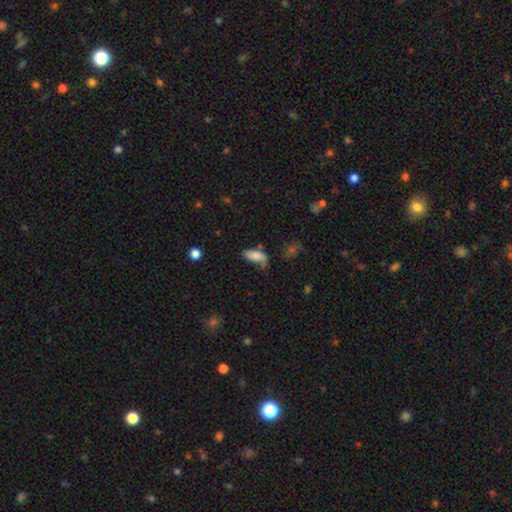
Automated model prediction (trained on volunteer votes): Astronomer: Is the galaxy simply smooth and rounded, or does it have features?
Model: smooth — 77%.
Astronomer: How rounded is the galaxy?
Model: in between — 82%.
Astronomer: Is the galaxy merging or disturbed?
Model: none — 45% (runner-up: minor disturbance, 34%).